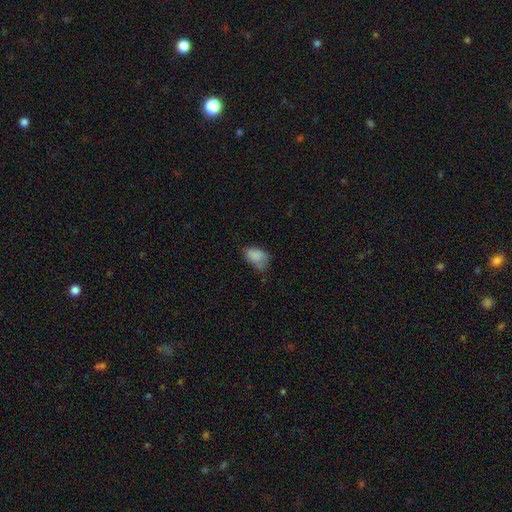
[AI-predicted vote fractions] This is likely a smooth galaxy (80%). How rounded: clearly in between (87%). Merging: marginally none (39%, tied with minor disturbance).